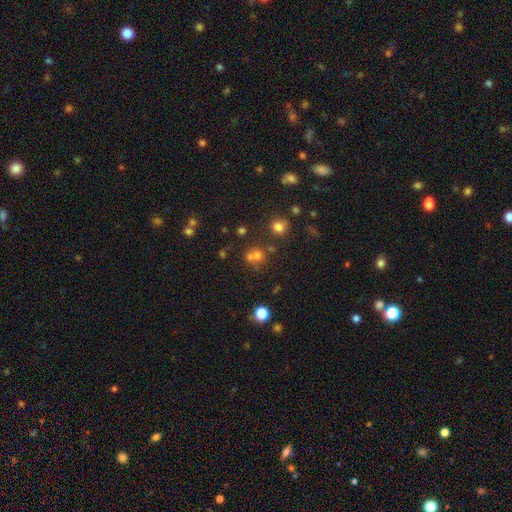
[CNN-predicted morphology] Smooth or featured? Predicted: smooth (p=0.63). How rounded? Predicted: round (p=0.82). Merging? Predicted: none (p=0.48).